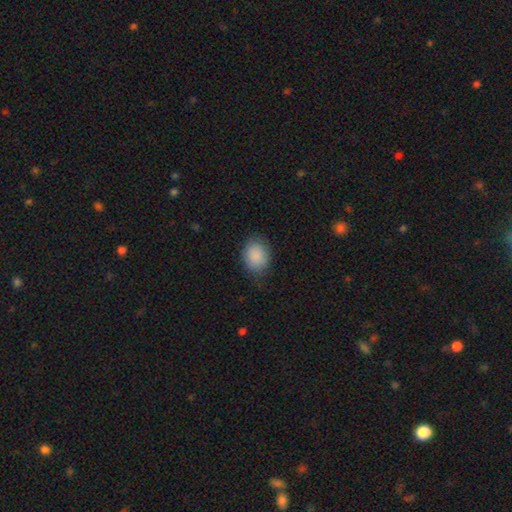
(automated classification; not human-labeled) Smooth or featured? Predicted: smooth (p=0.89). How rounded? Predicted: in between (p=0.56). Merging? Predicted: none (p=0.80).